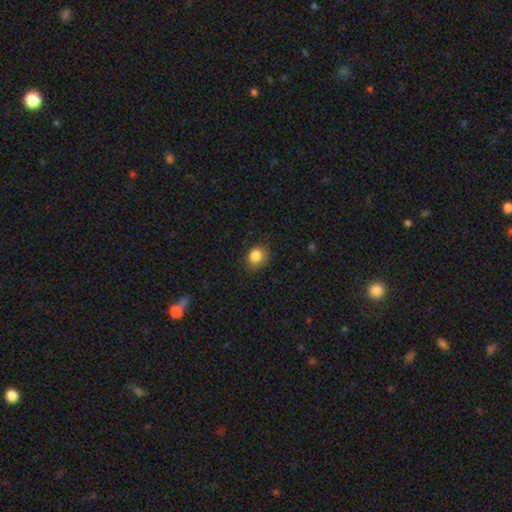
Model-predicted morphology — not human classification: The model was most divided on "how rounded": round: 59%, in between: 40%, cigar-shaped: 1%. More confident: smooth or featured — smooth (85%); merging — none (79%).